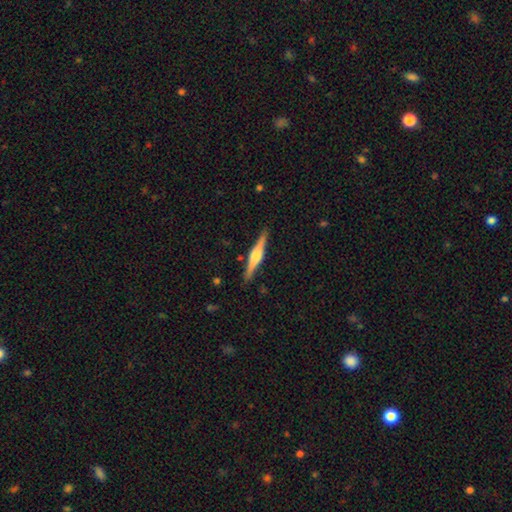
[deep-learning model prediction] The model was most divided on "smooth or featured": featured or disk: 71%, smooth: 24%, star or artifact: 5%. More confident: edge-on disk — yes (98%); merging — none (89%); edge-on bulge — rounded (82%).